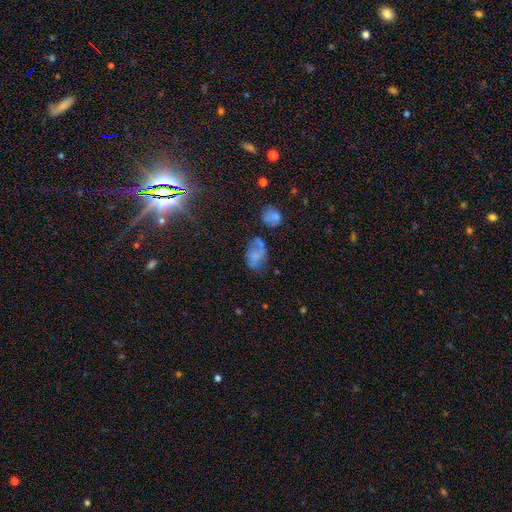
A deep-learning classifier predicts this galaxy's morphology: Overall: smooth (59%; featured or disk 27%). How rounded: in between (85%). Merging: none (41%; minor disturbance 28%).